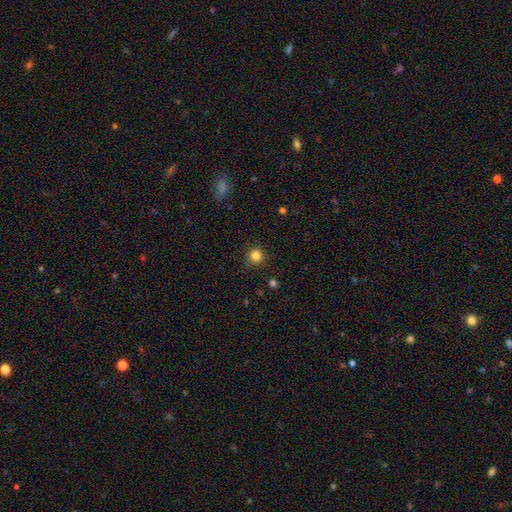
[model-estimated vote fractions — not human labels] Smooth or featured?
  - smooth: 83% *
  - star or artifact: 13%
  - featured or disk: 4%
How rounded?
  - round: 94% *
  - in between: 5%
  - cigar-shaped: 1%
Merging?
  - none: 89% *
  - minor disturbance: 7%
  - major disturbance: 2%
  - merger: 1%